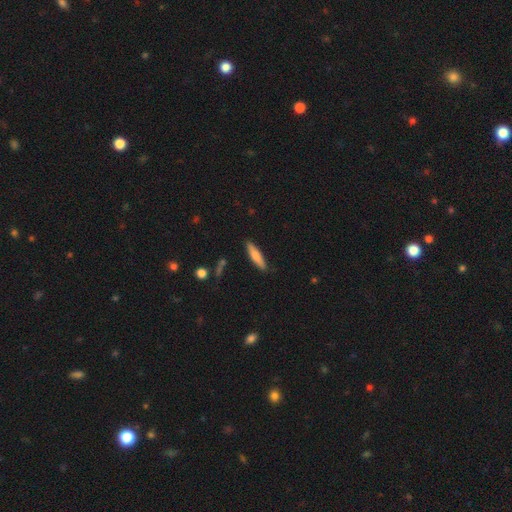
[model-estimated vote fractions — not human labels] smooth-or-featured: smooth: 71% | featured or disk: 23% | star or artifact: 6%
  how-rounded: cigar-shaped: 79% | in between: 19% | round: 2%
  merging: none: 84% | minor disturbance: 12% | major disturbance: 2% | merger: 2%